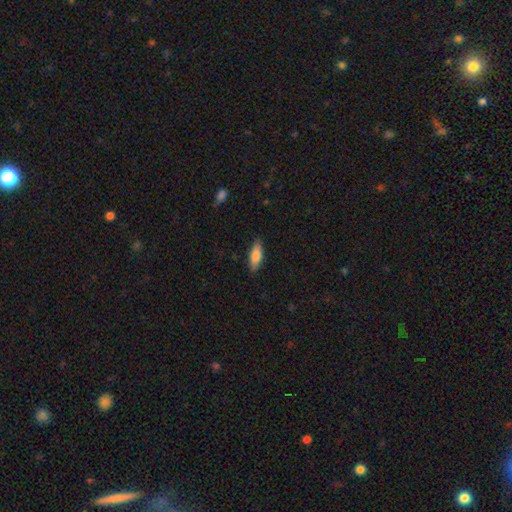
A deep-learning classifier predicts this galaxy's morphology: A smooth galaxy with no disk features (77%) that is in between round and cigar-shaped (57%).

Vote fractions:
- Smooth or featured? smooth: 77% / featured or disk: 17% / star or artifact: 6%
- How rounded? in between: 57% / cigar-shaped: 41% / round: 2%
- Merging? none: 87% / minor disturbance: 10% / major disturbance: 2% / merger: 1%